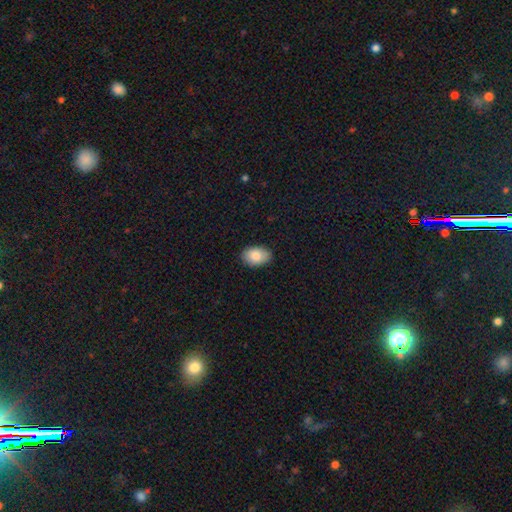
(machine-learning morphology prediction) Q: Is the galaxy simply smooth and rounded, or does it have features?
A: smooth — 85%.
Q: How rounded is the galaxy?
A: in between — 87%.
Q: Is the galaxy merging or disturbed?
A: none — 85%.